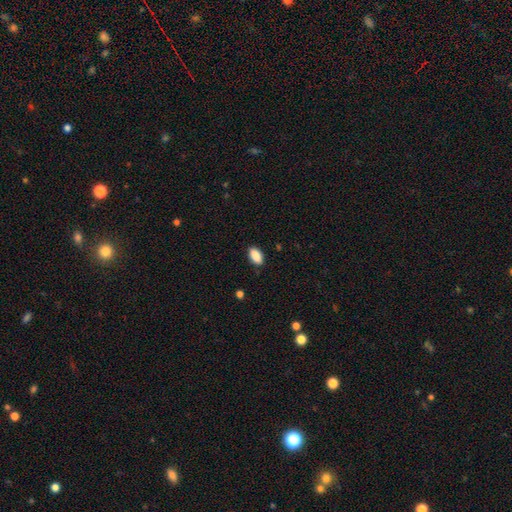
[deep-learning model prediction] Smooth or featured?
  - smooth: 89% *
  - star or artifact: 7%
  - featured or disk: 4%
How rounded?
  - in between: 93% *
  - round: 4%
  - cigar-shaped: 3%
Merging?
  - none: 87% *
  - minor disturbance: 9%
  - major disturbance: 2%
  - merger: 1%